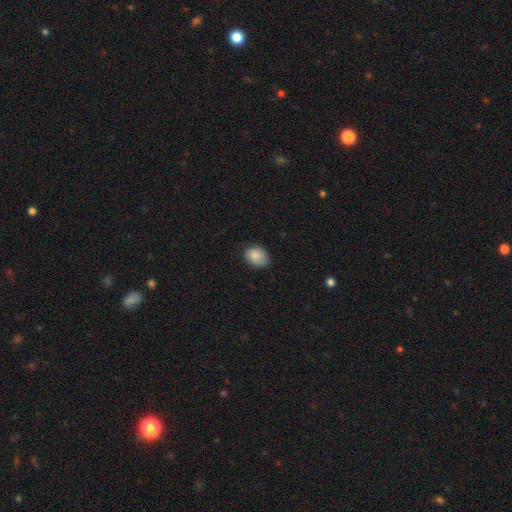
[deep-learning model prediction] smooth_or_featured: smooth (p=0.84) [alt: featured or disk p=0.08]
how_rounded: in between (p=0.60) [alt: round p=0.39]
merging: none (p=0.73) [alt: minor disturbance p=0.22]